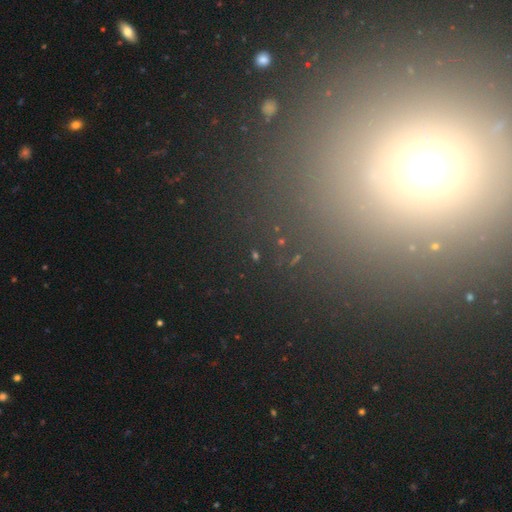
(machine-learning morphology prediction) smooth_or_featured: star or artifact (p=0.70) [alt: smooth p=0.19]